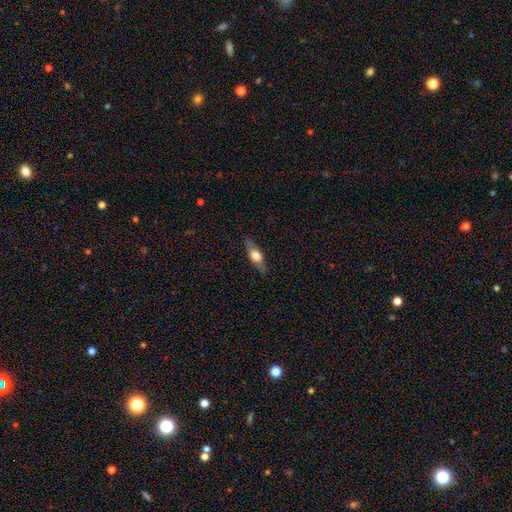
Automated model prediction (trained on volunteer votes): Smooth or featured?
  - smooth: 50% *
  - featured or disk: 43%
  - star or artifact: 6%
How rounded?
  - in between: 54% *
  - cigar-shaped: 41%
  - round: 5%
Merging?
  - none: 83% *
  - minor disturbance: 13%
  - major disturbance: 3%
  - merger: 1%